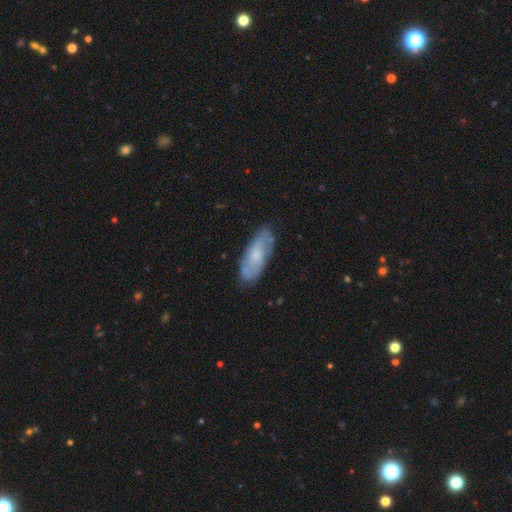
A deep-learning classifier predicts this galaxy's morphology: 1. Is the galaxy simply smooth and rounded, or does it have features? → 52% featured or disk, 41% smooth, 7% star or artifact.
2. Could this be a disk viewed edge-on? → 83% no, 17% yes.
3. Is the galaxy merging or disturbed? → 77% none, 17% minor disturbance, 4% major disturbance, 2% merger.